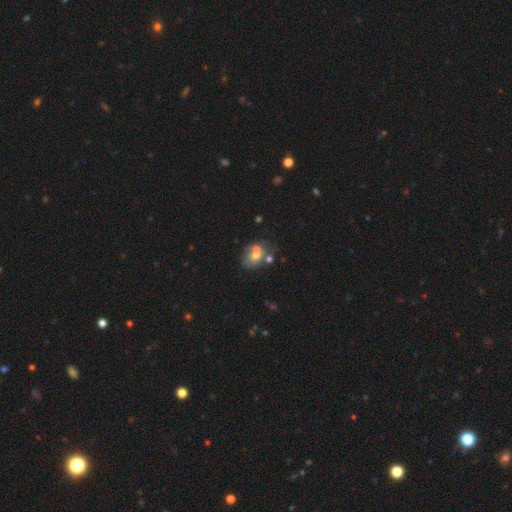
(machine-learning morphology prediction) Overall: smooth (51%; featured or disk 37%). How rounded: in between (63%; round 35%). Merging: merger (42%; none 33%).